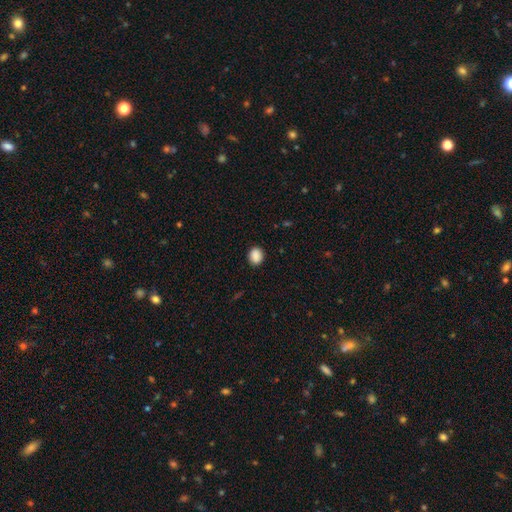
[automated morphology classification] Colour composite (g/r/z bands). It shows a smooth galaxy with no disk features (89%) that is round (59%). Merging: none (90%).